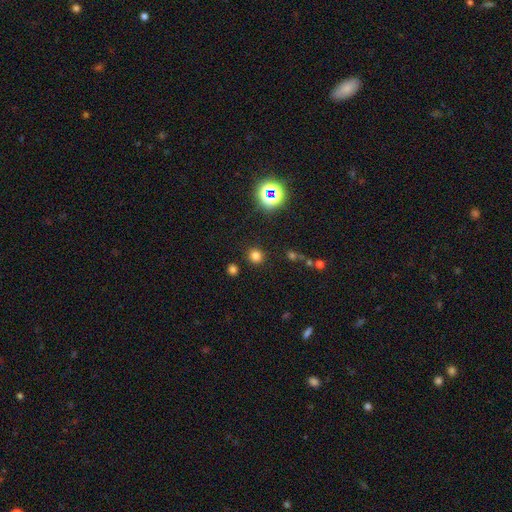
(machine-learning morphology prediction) smooth 74%, star or artifact 20%, featured or disk 5%. Down the decision tree: how rounded — round (90%); merging — none (88%).